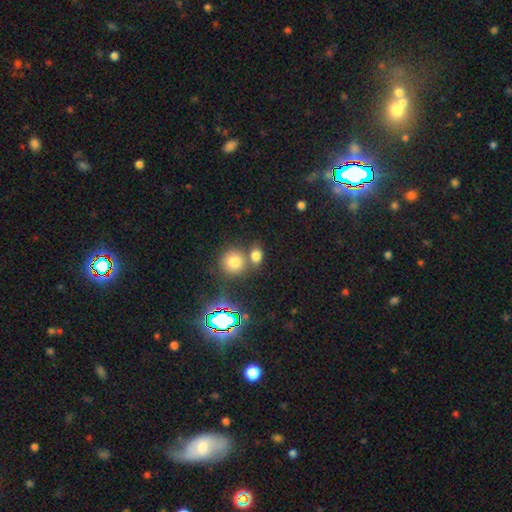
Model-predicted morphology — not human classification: smooth_or_featured: smooth (p=0.72) [alt: star or artifact p=0.20]
how_rounded: round (p=0.51) [alt: in between p=0.47]
merging: none (p=0.55) [alt: merger p=0.32]